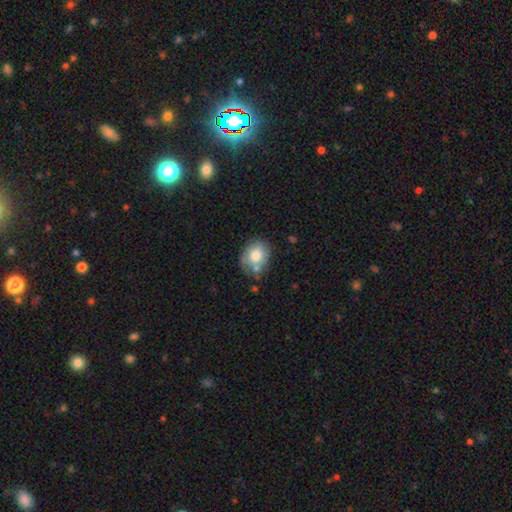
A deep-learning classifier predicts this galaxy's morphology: type=smooth (76%); roundness=round (52%); merging=none (63%).